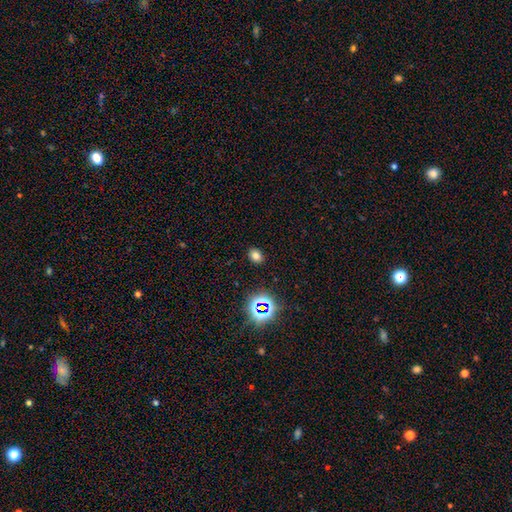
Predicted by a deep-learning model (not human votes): A smooth galaxy with no disk features (73%) that is in between round and cigar-shaped (64%). Merging: none (88%).